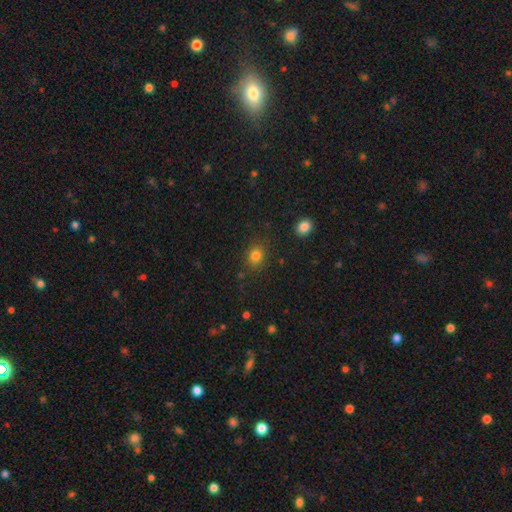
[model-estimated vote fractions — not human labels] smooth-or-featured: smooth: 81% | star or artifact: 13% | featured or disk: 6%
  how-rounded: round: 65% | in between: 34% | cigar-shaped: 1%
  merging: none: 84% | minor disturbance: 10% | major disturbance: 3% | merger: 2%